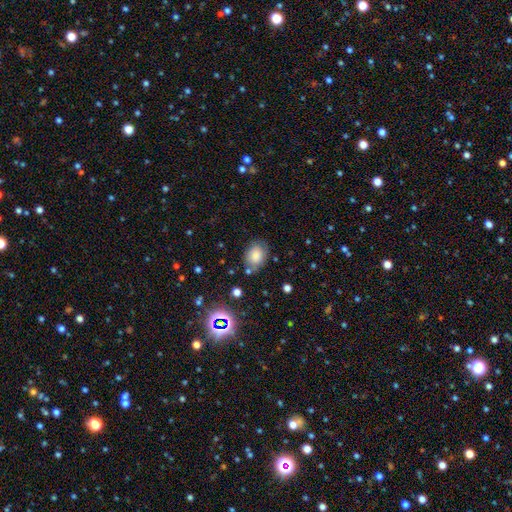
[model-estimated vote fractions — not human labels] The model was most divided on "how rounded": in between: 74%, round: 25%, cigar-shaped: 1%. More confident: smooth or featured — smooth (81%); merging — none (74%).